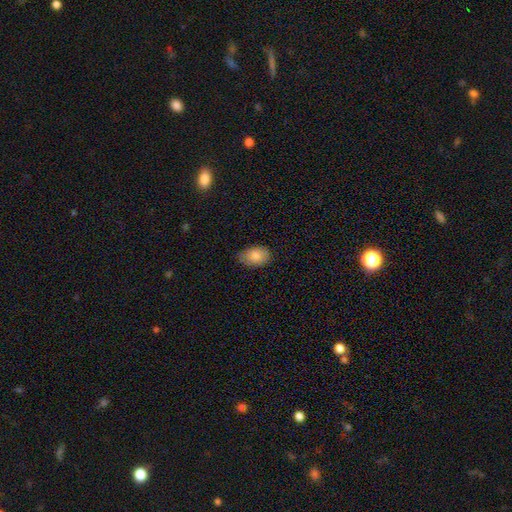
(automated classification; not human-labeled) Smooth or featured?
  - smooth: 84% *
  - featured or disk: 9%
  - star or artifact: 7%
How rounded?
  - in between: 86% *
  - round: 13%
  - cigar-shaped: 1%
Merging?
  - none: 71% *
  - minor disturbance: 24%
  - major disturbance: 4%
  - merger: 1%